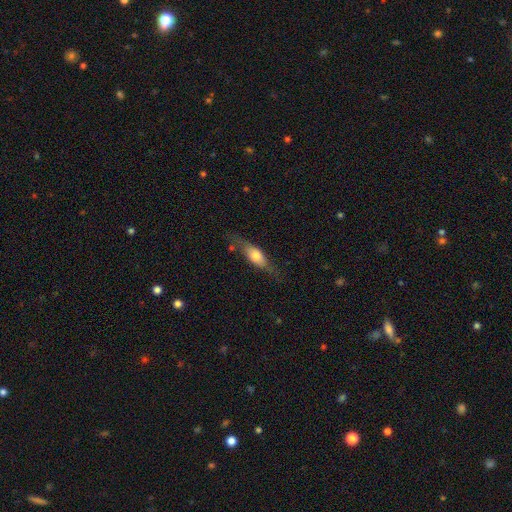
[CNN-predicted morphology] smooth_or_featured: smooth (p=0.53) [alt: featured or disk p=0.39]
how_rounded: in between (p=0.59) [alt: cigar-shaped p=0.36]
merging: none (p=0.63) [alt: minor disturbance p=0.23]